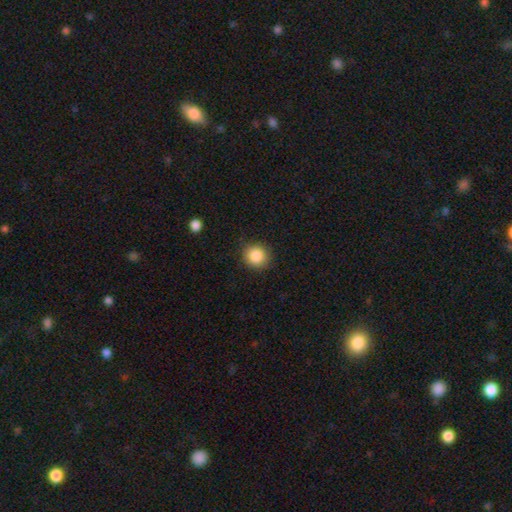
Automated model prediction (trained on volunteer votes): This appears to be a smooth galaxy with no disk features (87%) that is round (89%). Merging: none (88%).